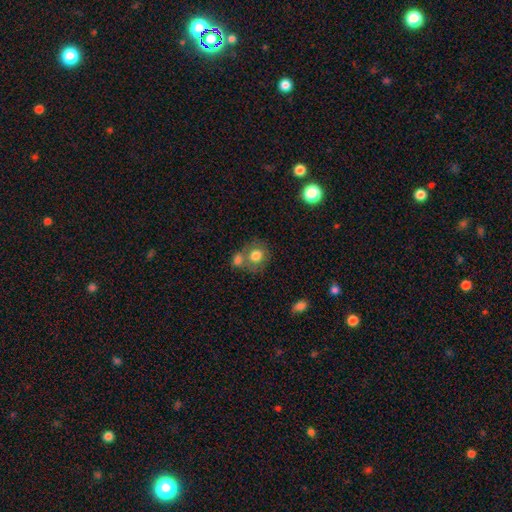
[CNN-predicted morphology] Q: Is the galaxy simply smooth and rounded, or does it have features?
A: smooth — 77%.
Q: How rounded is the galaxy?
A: round — 75%.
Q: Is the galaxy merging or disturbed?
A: none — 44%.